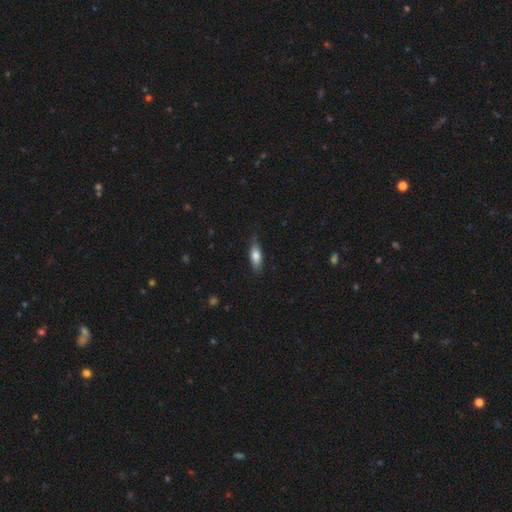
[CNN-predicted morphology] A smooth galaxy with no disk features (74%) that is in between round and cigar-shaped (62%).

Vote fractions:
- Smooth or featured? smooth: 74% / featured or disk: 20% / star or artifact: 6%
- How rounded? in between: 62% / cigar-shaped: 35% / round: 2%
- Merging? none: 76% / minor disturbance: 19% / major disturbance: 3% / merger: 1%